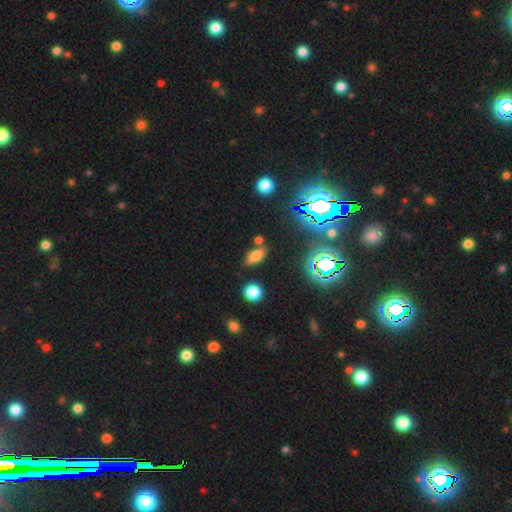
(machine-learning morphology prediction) A smooth galaxy with no disk features (68%) that is in between round and cigar-shaped (82%).

Vote fractions:
- Smooth or featured? smooth: 68% / star or artifact: 20% / featured or disk: 12%
- How rounded? in between: 82% / cigar-shaped: 11% / round: 7%
- Merging? none: 75% / minor disturbance: 13% / merger: 9% / major disturbance: 4%